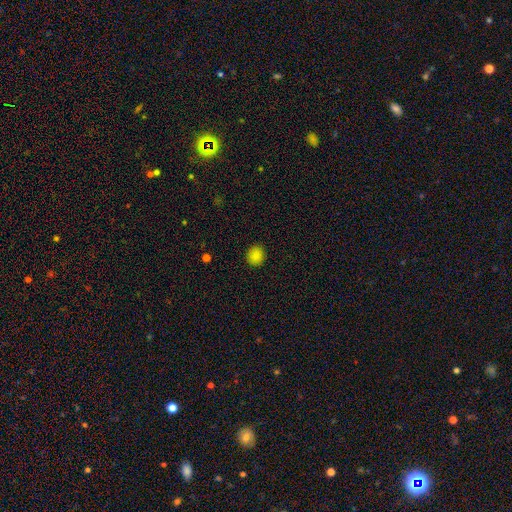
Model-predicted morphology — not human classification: Smooth or featured: smooth — 85% (star or artifact — 11%)
How rounded: round — 81% (in between — 18%)
Merging: none — 91% (minor disturbance — 6%)